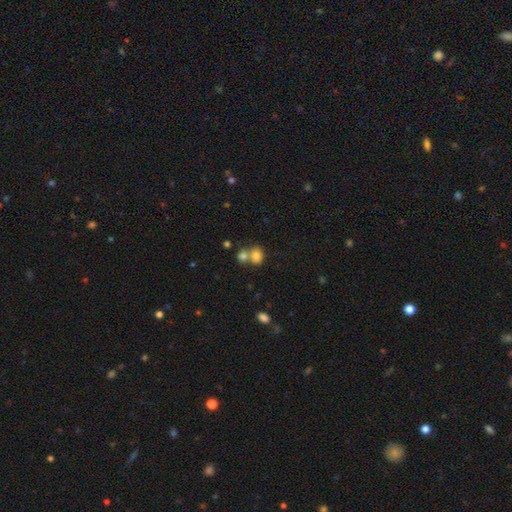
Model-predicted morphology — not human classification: Overall: smooth (79%). How rounded: round (59%; in between 40%). Merging: merger (49%; none 39%).